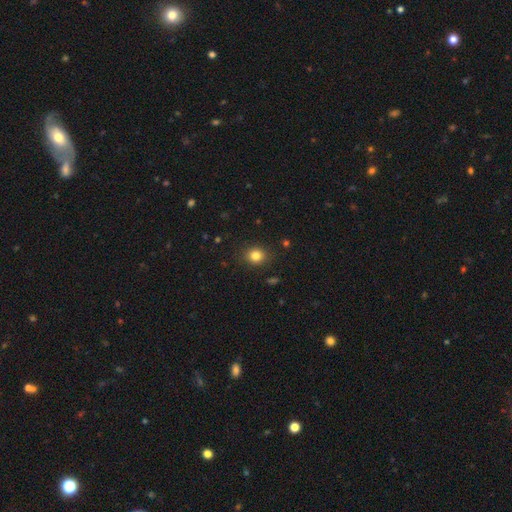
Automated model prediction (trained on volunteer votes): Q: Smooth or featured?
A: smooth (82%); runner-up: star or artifact (12%)
Q: How rounded?
A: round (76%); runner-up: in between (23%)
Q: Merging?
A: none (87%); runner-up: minor disturbance (9%)